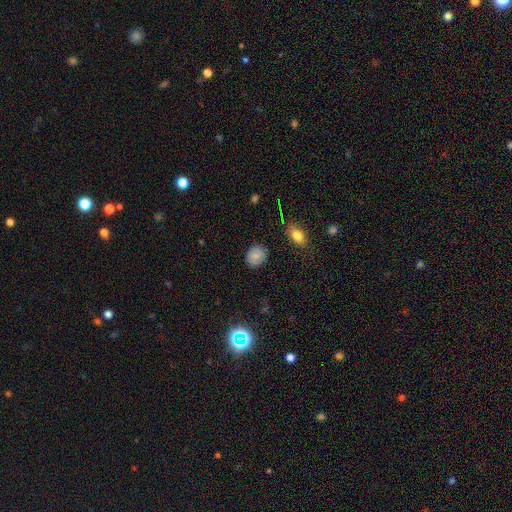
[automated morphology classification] Smooth or featured?
  - smooth: 70% *
  - featured or disk: 20%
  - star or artifact: 10%
How rounded?
  - round: 61% *
  - in between: 38%
  - cigar-shaped: 1%
Merging?
  - none: 85% *
  - minor disturbance: 11%
  - major disturbance: 3%
  - merger: 1%